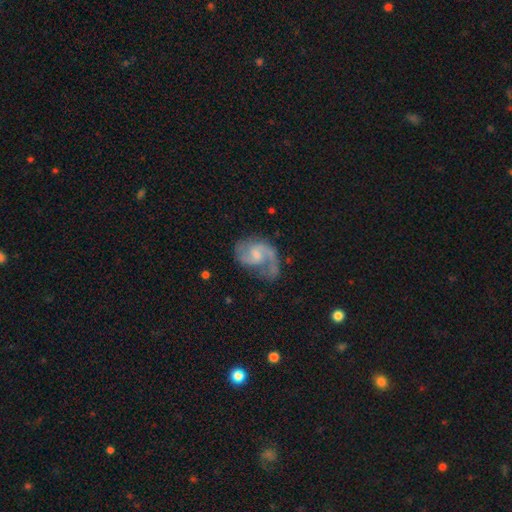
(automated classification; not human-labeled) smooth-or-featured: featured or disk: 86% | smooth: 8% | star or artifact: 6%
  disk-edge-on: no: 98% | yes: 2%
    bar: weak: 49% | no: 43% | strong: 8%
    has-spiral-arms: yes: 96% | no: 4%
      spiral-winding: medium: 54% | loose: 31% | tight: 16%
      spiral-arm-count: 2: 84% | 1: 8% | can't tell: 4% | 3: 2% | 4: 1% | more than 4: 1%
    bulge-size: small: 51% | moderate: 33% | none: 13% | large: 2% | dominant: 1%
  merging: none: 61% | minor disturbance: 22% | major disturbance: 15% | merger: 3%